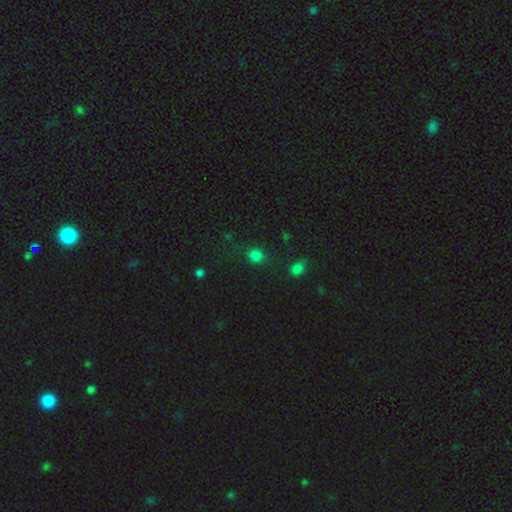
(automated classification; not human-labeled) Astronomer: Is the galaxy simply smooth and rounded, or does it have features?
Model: smooth — 77%.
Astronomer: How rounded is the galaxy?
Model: round — 78%.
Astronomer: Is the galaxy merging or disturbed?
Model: none — 79%.